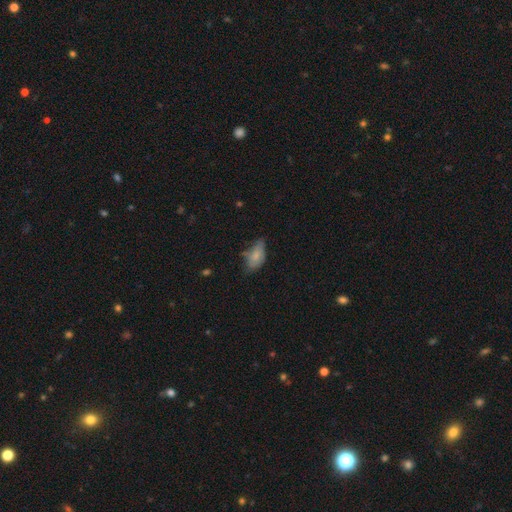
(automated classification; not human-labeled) A smooth galaxy with no disk features (72%) that is in between round and cigar-shaped (92%).

Vote fractions:
- Smooth or featured? smooth: 72% / featured or disk: 20% / star or artifact: 8%
- How rounded? in between: 92% / round: 5% / cigar-shaped: 4%
- Merging? minor disturbance: 41% / none: 40% / major disturbance: 16% / merger: 4%